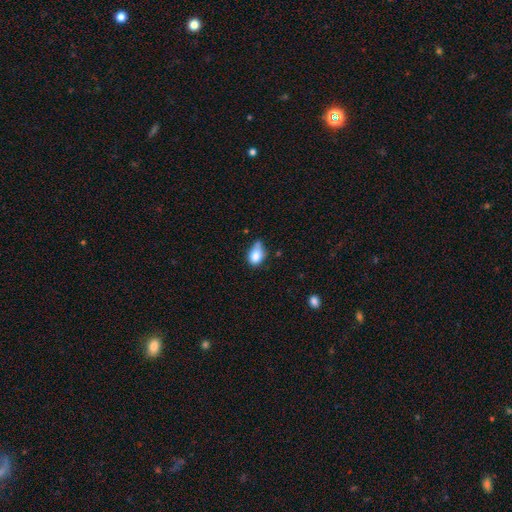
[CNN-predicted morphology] Smooth or featured? smooth (80%)
How rounded? in between (67%)
Merging? minor disturbance (39%)